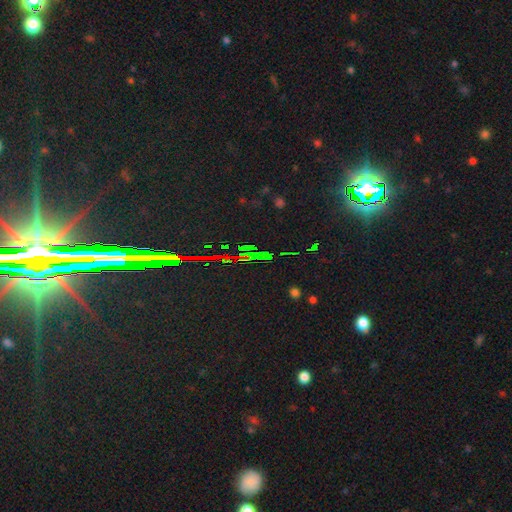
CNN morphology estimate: A star or artifact, not a galaxy (82%).